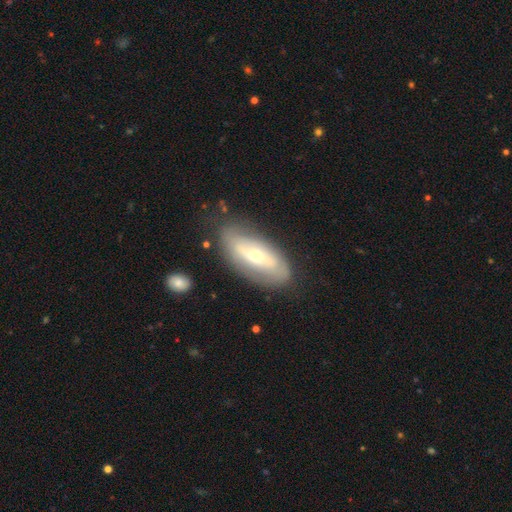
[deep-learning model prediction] smooth-or-featured: featured or disk: 59% | smooth: 34% | star or artifact: 7%
  disk-edge-on: no: 83% | yes: 17%
  merging: none: 72% | minor disturbance: 18% | major disturbance: 7% | merger: 3%